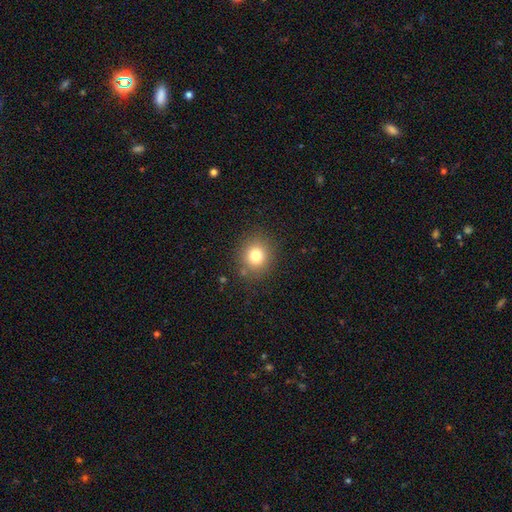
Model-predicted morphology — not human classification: The model was most divided on "smooth or featured": smooth: 79%, star or artifact: 12%, featured or disk: 8%. More confident: merging — none (86%); how rounded — round (83%).